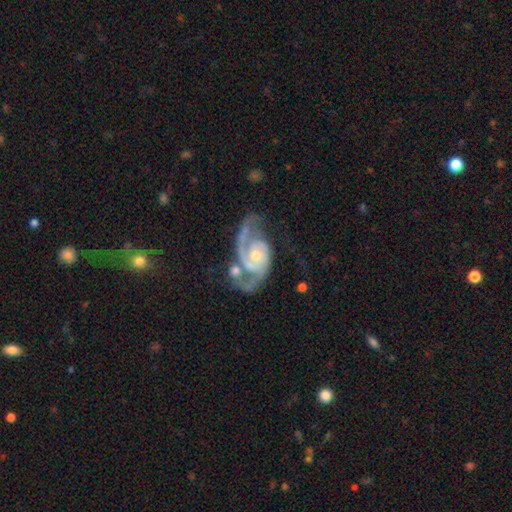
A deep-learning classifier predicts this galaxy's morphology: Smooth or featured? featured or disk (91%)
Edge-on disk? no (98%)
Bar? no (67%)
Spiral arms? yes (97%)
Spiral winding? medium (50%)
Spiral arm count? 2 (80%)
Bulge size? small (47%)
Merging? none (40%)